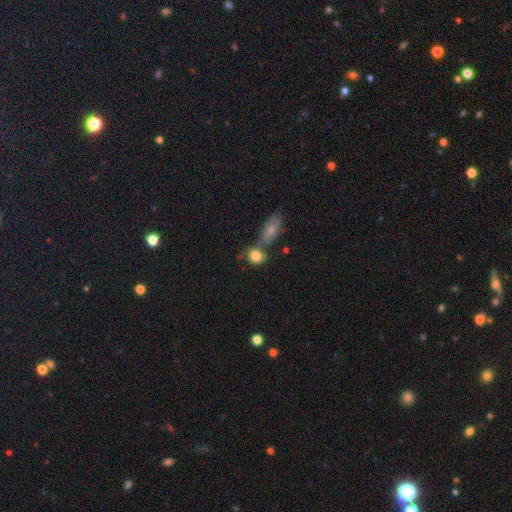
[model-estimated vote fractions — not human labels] Smooth or featured?
  - smooth: 81% *
  - featured or disk: 11%
  - star or artifact: 8%
How rounded?
  - round: 62% *
  - in between: 35%
  - cigar-shaped: 3%
Merging?
  - none: 46% *
  - merger: 35%
  - minor disturbance: 14%
  - major disturbance: 6%